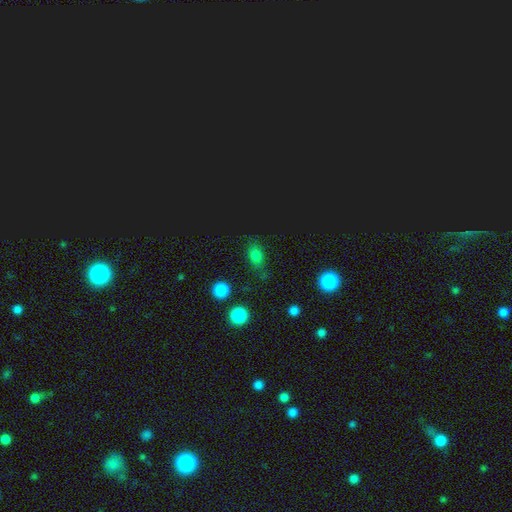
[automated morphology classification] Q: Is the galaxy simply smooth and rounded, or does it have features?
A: smooth — 72%.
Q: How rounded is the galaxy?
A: in between — 69%.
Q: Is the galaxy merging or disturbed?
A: none — 71%.